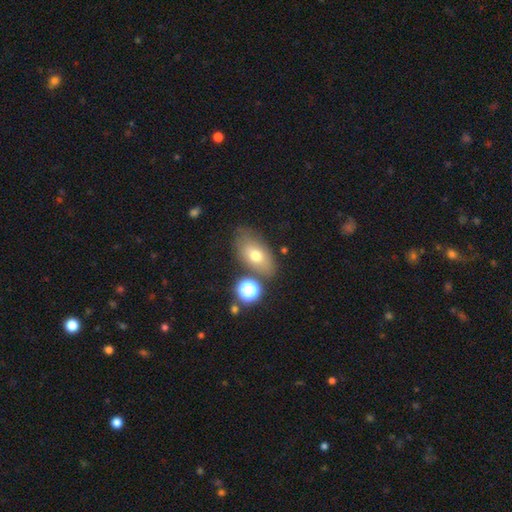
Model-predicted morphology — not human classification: Smooth or featured? smooth (67%)
How rounded? in between (86%)
Merging? none (66%)